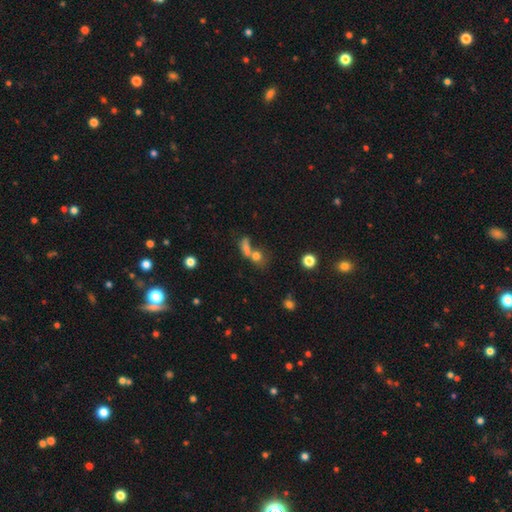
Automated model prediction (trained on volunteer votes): A smooth galaxy with no disk features (48%). Merging: none (47%).